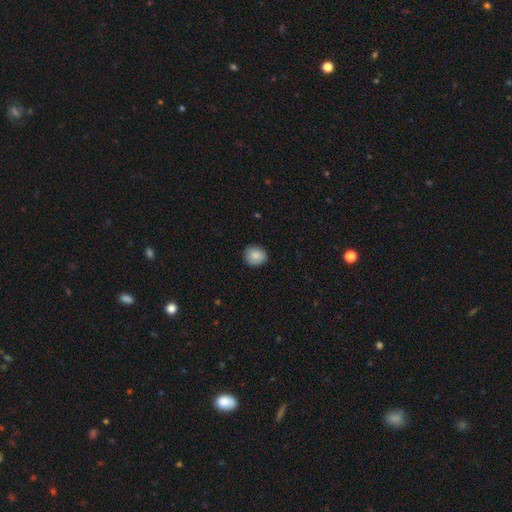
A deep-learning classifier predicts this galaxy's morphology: A smooth galaxy with no disk features (86%) that is round (79%). Merging: none (85%).